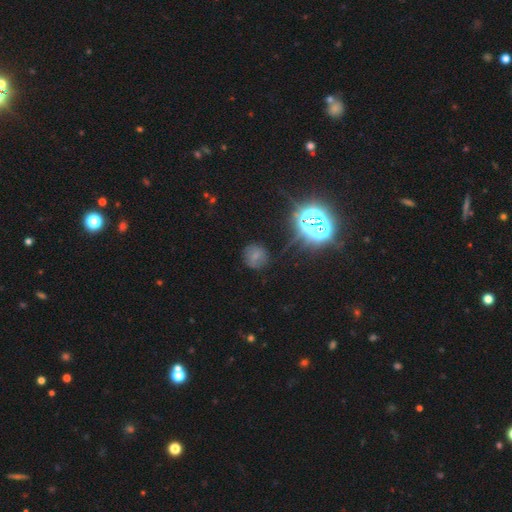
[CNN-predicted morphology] This is possibly a smooth galaxy (55%). How rounded: clearly round (82%). Merging: likely none (77%).